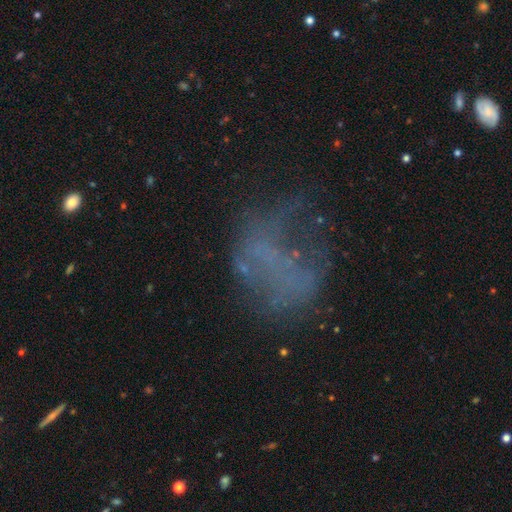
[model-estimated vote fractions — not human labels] Smooth or featured: featured or disk — 45% (smooth — 29%)
Merging: none — 45% (major disturbance — 32%)